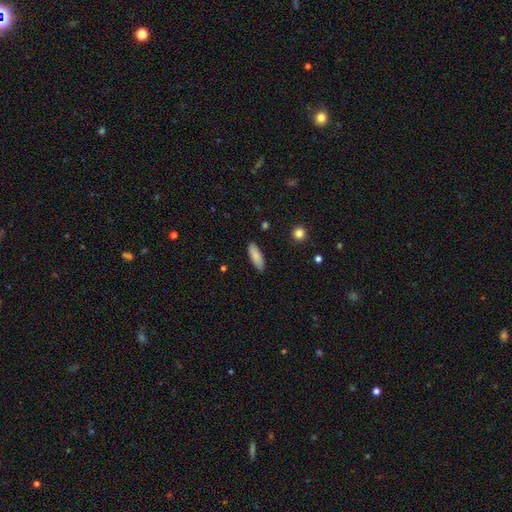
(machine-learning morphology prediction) The model was most divided on "how rounded": in between: 61%, cigar-shaped: 37%, round: 2%. More confident: merging — none (86%); smooth or featured — smooth (83%).